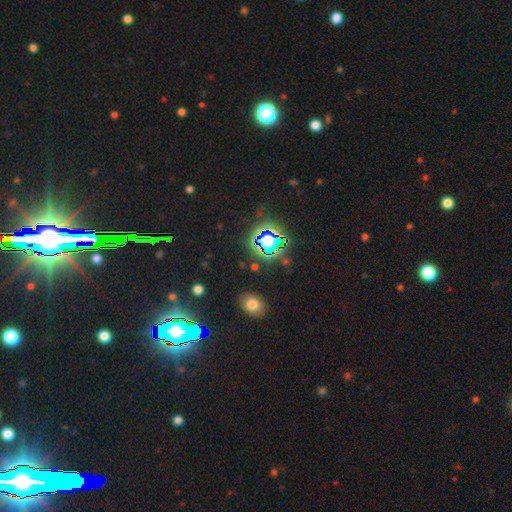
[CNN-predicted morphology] The model was most divided on "smooth or featured": star or artifact: 81%, smooth: 11%, featured or disk: 8%.